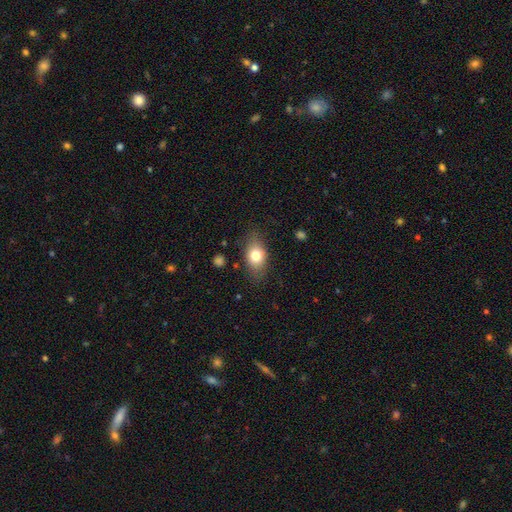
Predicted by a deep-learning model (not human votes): A smooth galaxy with no disk features (76%) that is in between round and cigar-shaped (79%).

Vote fractions:
- Smooth or featured? smooth: 76% / featured or disk: 16% / star or artifact: 8%
- How rounded? in between: 79% / round: 17% / cigar-shaped: 4%
- Merging? none: 78% / minor disturbance: 16% / major disturbance: 5% / merger: 1%